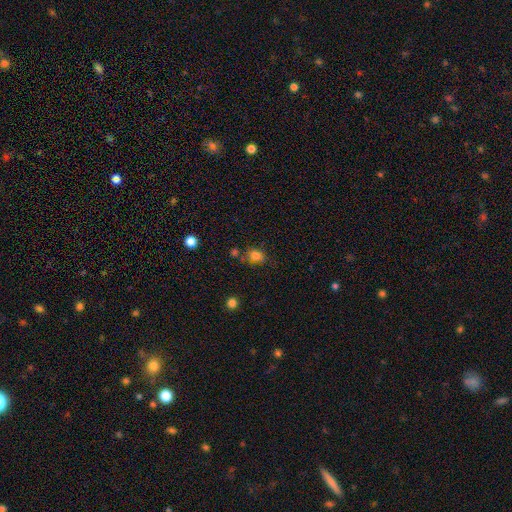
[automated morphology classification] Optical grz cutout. It shows a smooth galaxy with no disk features (80%) that is round (58%). Merging: none (66%).